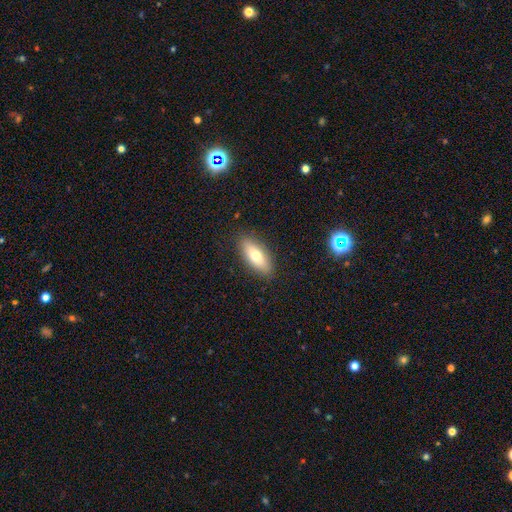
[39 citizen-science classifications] This is likely a smooth galaxy (67%). How rounded: likely in between (73%). Merging: clearly none (94%).